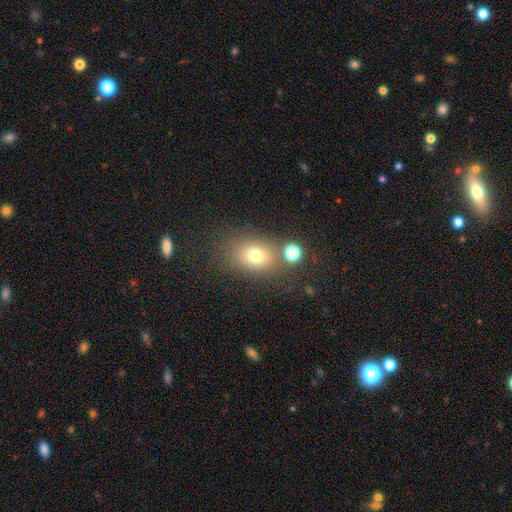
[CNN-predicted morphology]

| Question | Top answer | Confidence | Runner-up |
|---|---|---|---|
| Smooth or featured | smooth | 74% | star or artifact (15%) |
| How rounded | in between | 59% | round (40%) |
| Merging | none | 70% | minor disturbance (13%) |